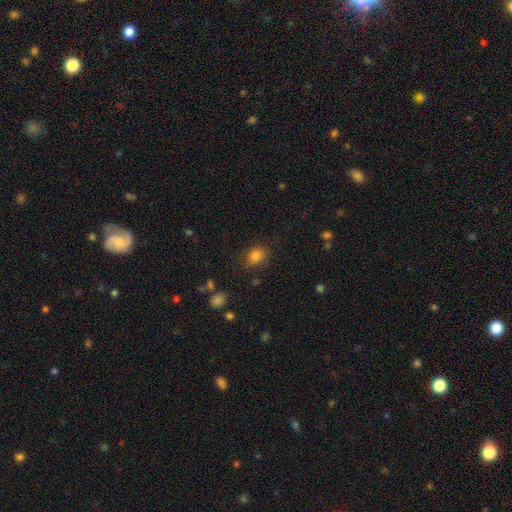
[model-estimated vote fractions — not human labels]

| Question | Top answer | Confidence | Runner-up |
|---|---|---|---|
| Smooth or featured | smooth | 83% | star or artifact (11%) |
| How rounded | round | 58% | in between (41%) |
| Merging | none | 81% | minor disturbance (13%) |